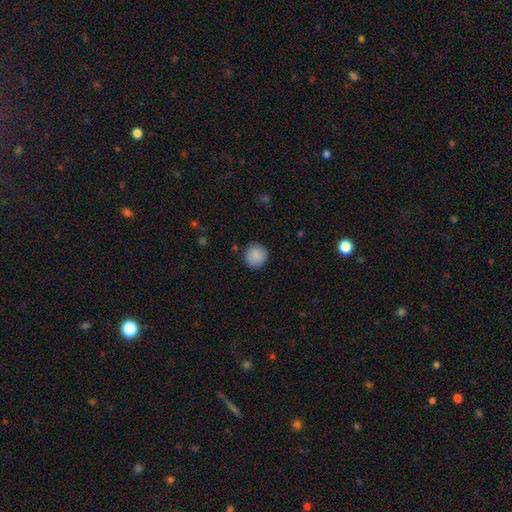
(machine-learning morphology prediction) This is clearly a smooth galaxy (89%). How rounded: clearly round (94%). Merging: clearly none (90%).